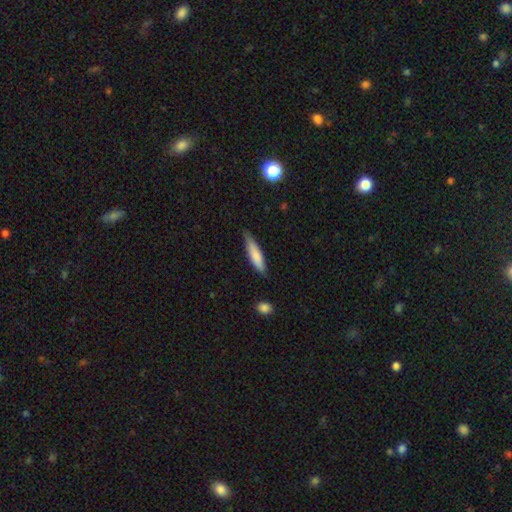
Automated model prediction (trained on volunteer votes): This is clearly a smooth galaxy (80%). How rounded: likely cigar-shaped (71%). Merging: likely none (70%).